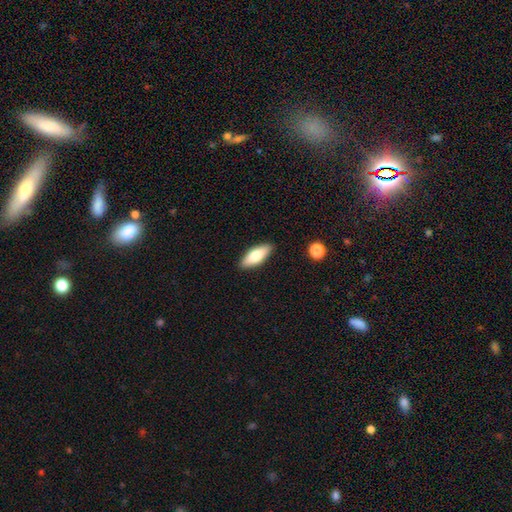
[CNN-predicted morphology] smooth 69%, featured or disk 24%, star or artifact 6%. Down the decision tree: how rounded — in between (71%); merging — none (88%).